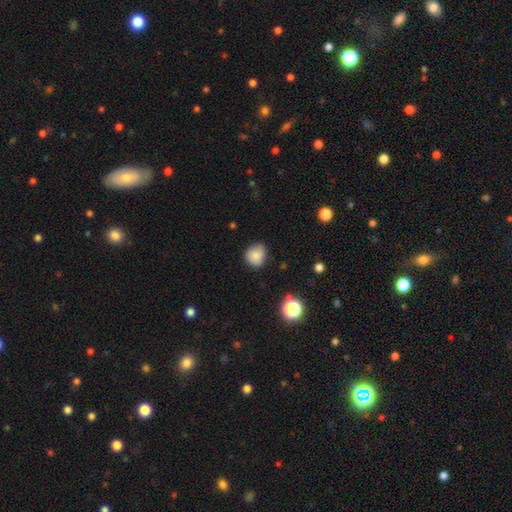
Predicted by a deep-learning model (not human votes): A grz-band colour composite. It shows a smooth galaxy with no disk features (82%) that is round (76%). Merging: none (71%).